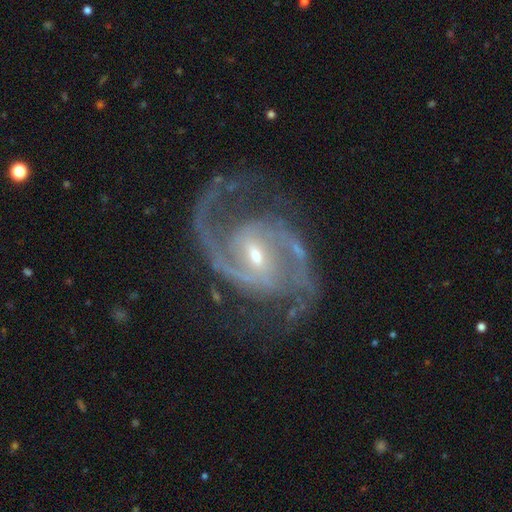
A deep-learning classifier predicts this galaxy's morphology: A featured or disk galaxy (93%) with a weak bar (48%), 2 (89%) medium (64%) spiral arms (99%) and a small central bulge (60%).

Vote fractions:
- Smooth or featured? featured or disk: 93% / star or artifact: 4% / smooth: 2%
- Edge-on disk? no: 98% / yes: 2%
- Bar? weak: 48% / strong: 30% / no: 22%
- Spiral arms? yes: 99% / no: 1%
- Spiral winding? medium: 64% / tight: 22% / loose: 14%
- Spiral arm count? 2: 89% / 3: 4% / can't tell: 2% / 1: 2% / 4: 2% / more than 4: 1%
- Bulge size? small: 60% / moderate: 36% / large: 1% / none: 1% / dominant: 1%
- Merging? none: 74% / minor disturbance: 16% / major disturbance: 9% / merger: 2%